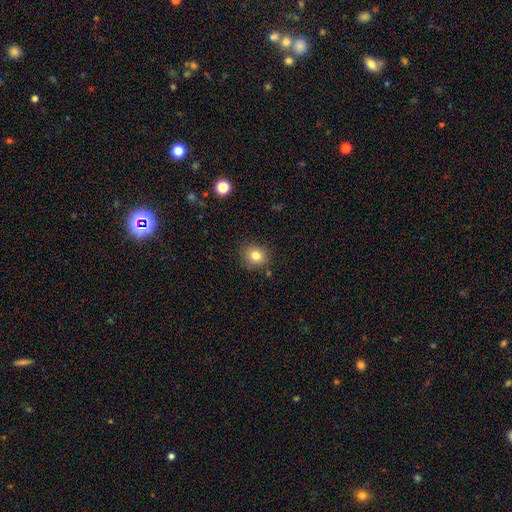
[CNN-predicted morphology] This appears to be a smooth galaxy with no disk features (81%) that is round (83%). Merging: none (85%).